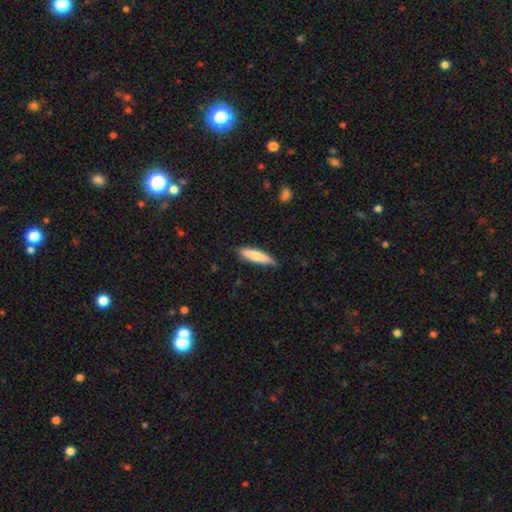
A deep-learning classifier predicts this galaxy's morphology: Smooth or featured?
  - smooth: 75% *
  - featured or disk: 20%
  - star or artifact: 5%
How rounded?
  - cigar-shaped: 79% *
  - in between: 19%
  - round: 1%
Merging?
  - none: 83% *
  - minor disturbance: 13%
  - major disturbance: 2%
  - merger: 1%